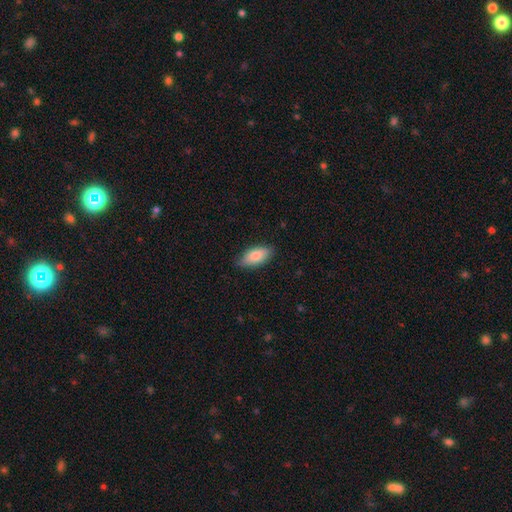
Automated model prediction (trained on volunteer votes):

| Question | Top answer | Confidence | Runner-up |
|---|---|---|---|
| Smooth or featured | smooth | 83% | featured or disk (11%) |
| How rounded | in between | 88% | cigar-shaped (10%) |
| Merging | none | 80% | minor disturbance (17%) |